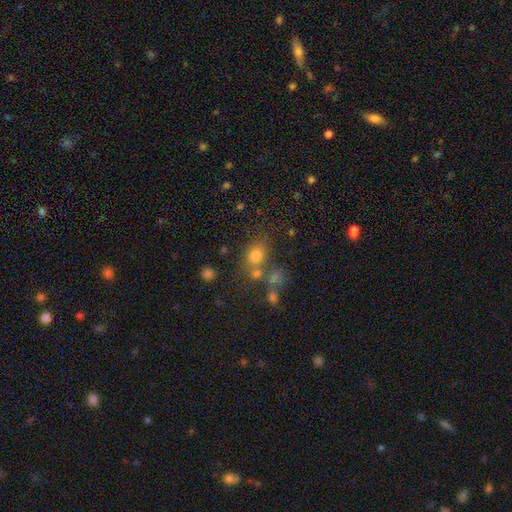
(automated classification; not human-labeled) smooth-or-featured: smooth: 73% | star or artifact: 17% | featured or disk: 10%
  how-rounded: round: 55% | in between: 44% | cigar-shaped: 1%
  merging: none: 59% | merger: 21% | minor disturbance: 13% | major disturbance: 7%